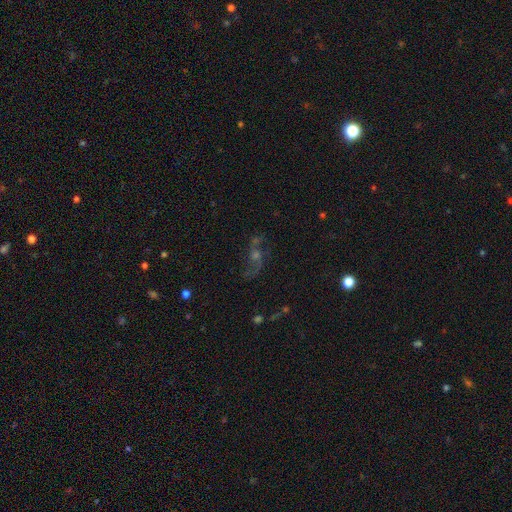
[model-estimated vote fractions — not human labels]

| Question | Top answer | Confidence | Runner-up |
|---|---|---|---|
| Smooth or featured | featured or disk | 62% | star or artifact (22%) |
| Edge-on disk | no | 91% | yes (9%) |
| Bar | no | 69% | weak (25%) |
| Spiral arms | yes | 84% | no (16%) |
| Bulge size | moderate | 44% | small (37%) |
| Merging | none | 62% | major disturbance (16%) |